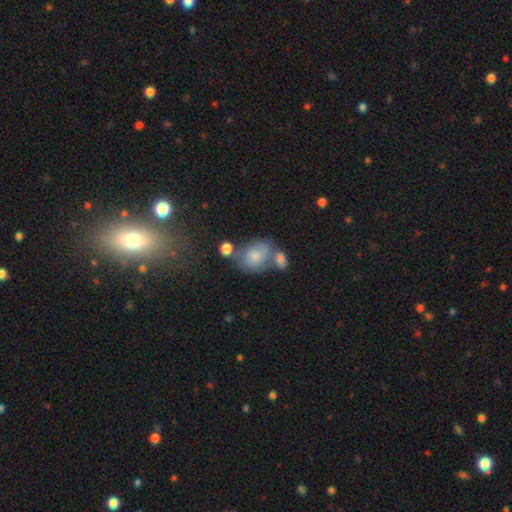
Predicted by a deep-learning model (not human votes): Smooth or featured? smooth (70%)
How rounded? in between (68%)
Merging? none (37%)